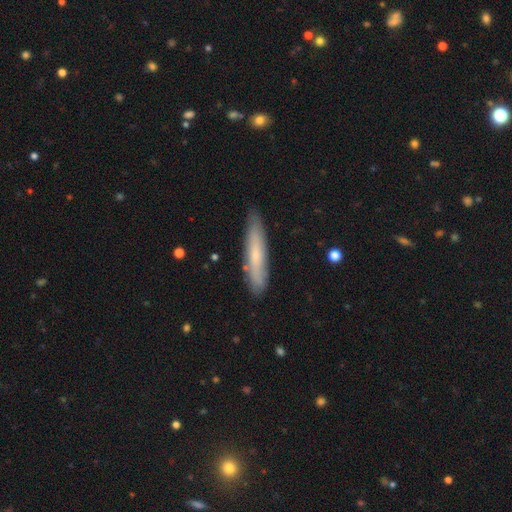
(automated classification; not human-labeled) smooth 54%, featured or disk 40%, star or artifact 6%. Down the decision tree: how rounded — cigar-shaped (89%); merging — none (84%).